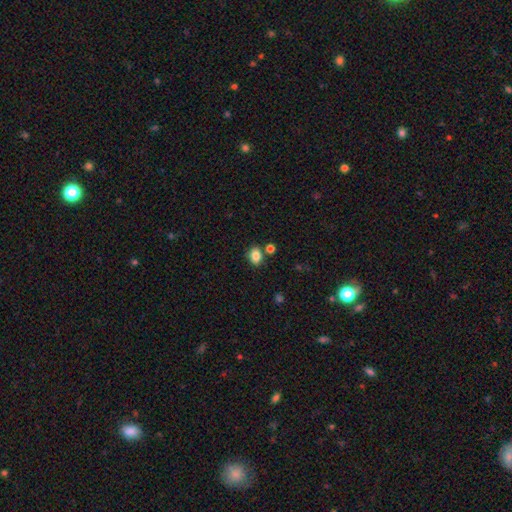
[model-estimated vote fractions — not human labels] smooth 84%, star or artifact 10%, featured or disk 5%. Down the decision tree: how rounded — in between (62%); merging — none (75%).